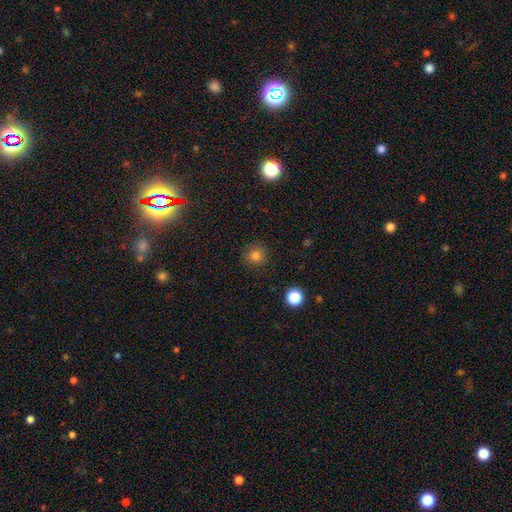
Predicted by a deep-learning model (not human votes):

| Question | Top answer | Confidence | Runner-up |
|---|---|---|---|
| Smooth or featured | smooth | 80% | star or artifact (14%) |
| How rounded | round | 93% | in between (6%) |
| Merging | none | 88% | minor disturbance (8%) |